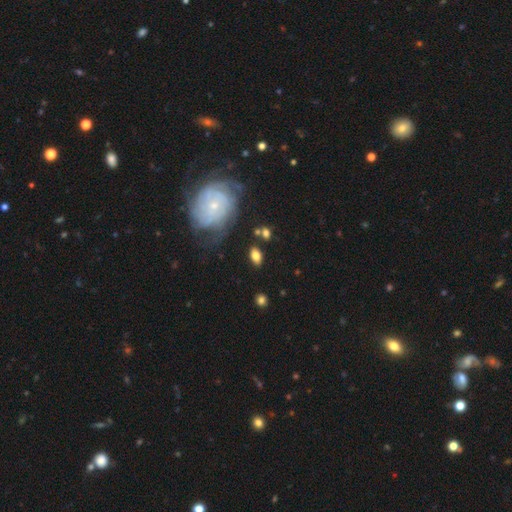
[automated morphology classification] Smooth or featured? smooth (75%)
How rounded? in between (88%)
Merging? none (78%)